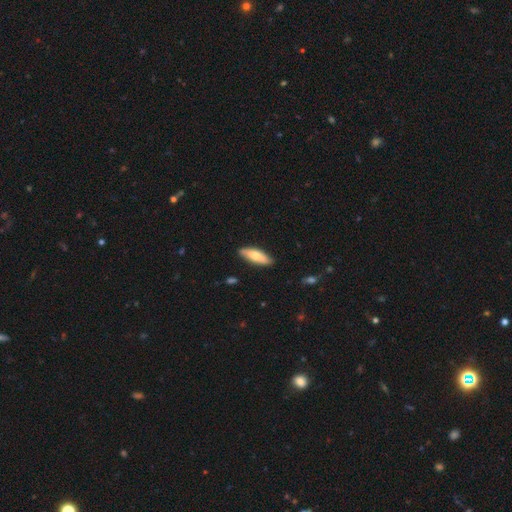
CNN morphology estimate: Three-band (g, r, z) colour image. It shows a smooth galaxy with no disk features (71%) that is in between round and cigar-shaped (52%). Merging: none (86%).